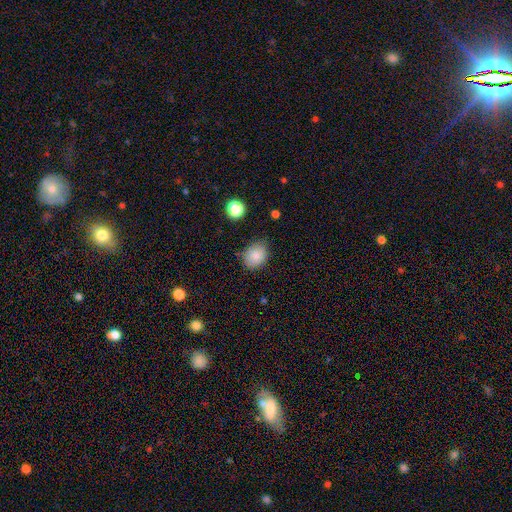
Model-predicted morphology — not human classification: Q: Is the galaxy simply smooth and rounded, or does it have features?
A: smooth — 84%.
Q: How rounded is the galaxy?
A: in between — 57%.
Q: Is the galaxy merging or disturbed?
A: none — 73%.